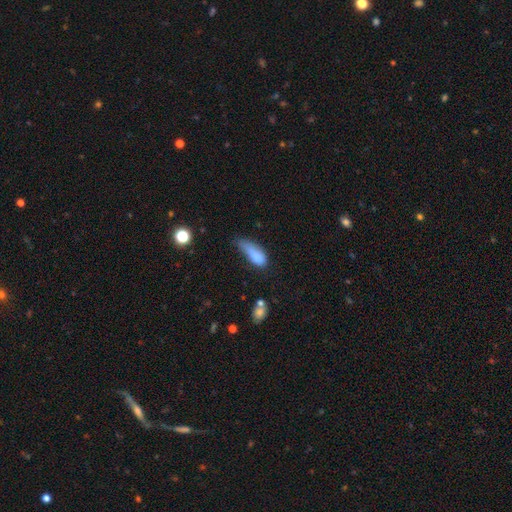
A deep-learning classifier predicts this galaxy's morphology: Q: Smooth or featured?
A: smooth (81%); runner-up: featured or disk (11%)
Q: How rounded?
A: in between (72%); runner-up: cigar-shaped (25%)
Q: Merging?
A: minor disturbance (44%); runner-up: major disturbance (27%)